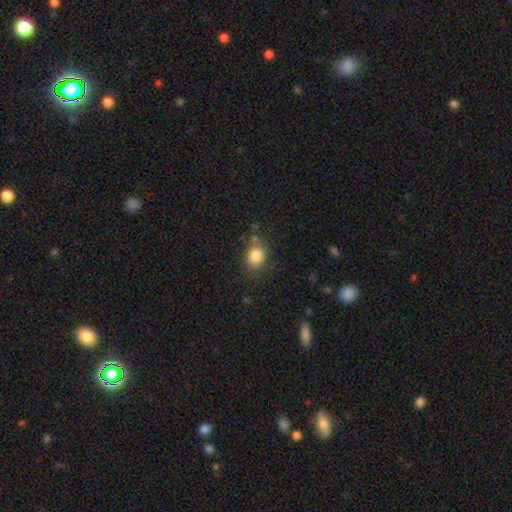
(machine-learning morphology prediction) type=smooth (83%); roundness=round (53%); merging=none (73%).